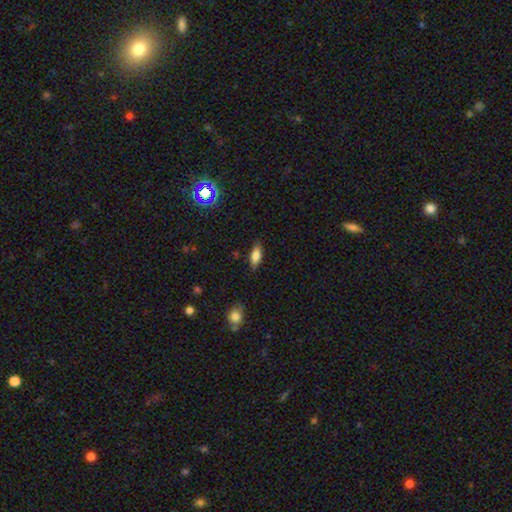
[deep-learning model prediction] Smooth or featured? smooth (80%)
How rounded? in between (79%)
Merging? none (79%)